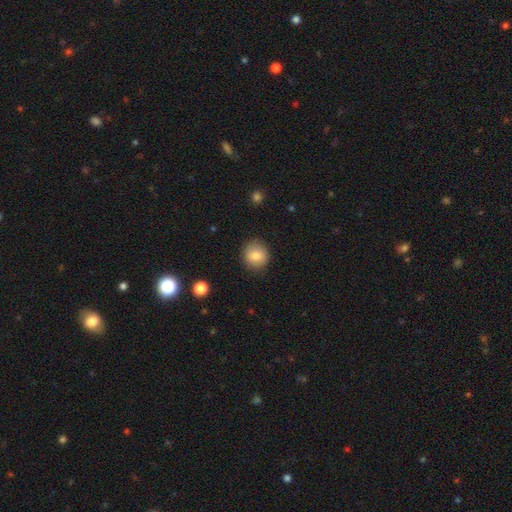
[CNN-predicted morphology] Smooth or featured? Predicted: smooth (p=0.83). How rounded? Predicted: round (p=0.82). Merging? Predicted: none (p=0.86).